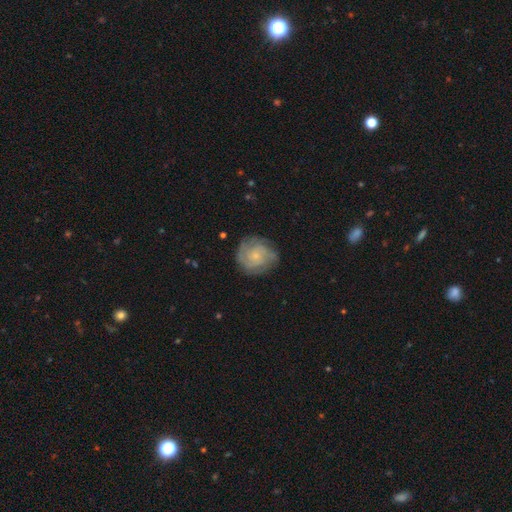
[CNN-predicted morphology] smooth_or_featured: featured or disk (p=0.69) [alt: smooth p=0.24]
disk_edge_on: no (p=0.98) [alt: yes p=0.02]
bar: no (p=0.78) [alt: weak p=0.19]
has_spiral_arms: yes (p=0.91) [alt: no p=0.09]
spiral_winding: tight (p=0.61) [alt: medium p=0.31]
spiral_arm_count: can't tell (p=0.37) [alt: 3 p=0.21]
bulge_size: small (p=0.75) [alt: moderate p=0.16]
merging: none (p=0.76) [alt: minor disturbance p=0.17]